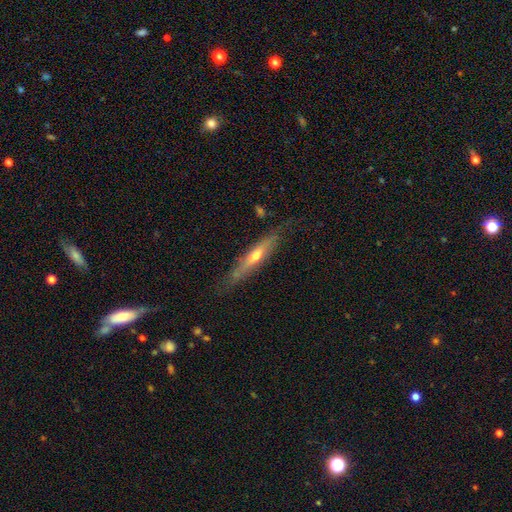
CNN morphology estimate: smooth_or_featured: featured or disk (p=0.54) [alt: smooth p=0.40]
disk_edge_on: yes (p=0.84) [alt: no p=0.16]
merging: none (p=0.74) [alt: minor disturbance p=0.19]